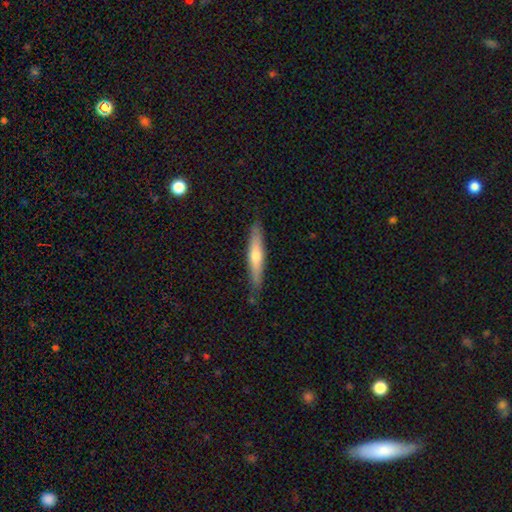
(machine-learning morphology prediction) featured or disk 49%, smooth 45%, star or artifact 6%. Down the decision tree: merging — none (83%).